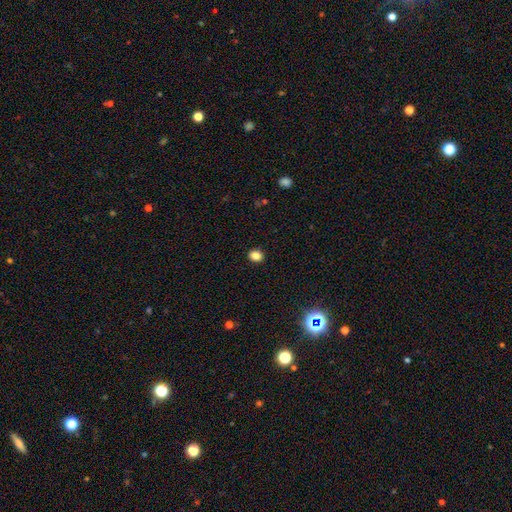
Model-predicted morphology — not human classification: Smooth or featured: smooth — 85% (star or artifact — 11%)
How rounded: round — 61% (in between — 38%)
Merging: none — 91% (minor disturbance — 6%)